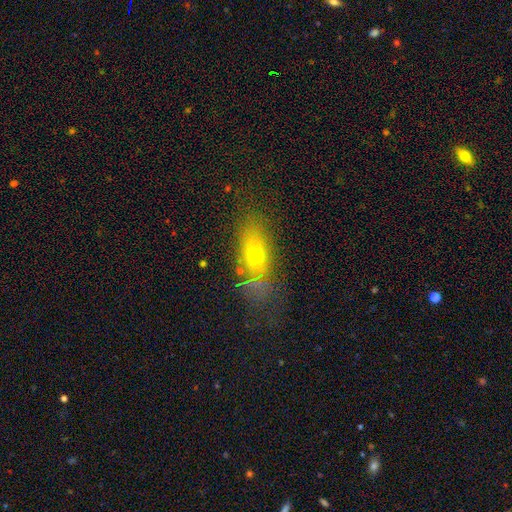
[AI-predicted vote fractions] This appears to be a smooth galaxy with no disk features (54%) that is in between round and cigar-shaped (71%). Merging: none (53%).